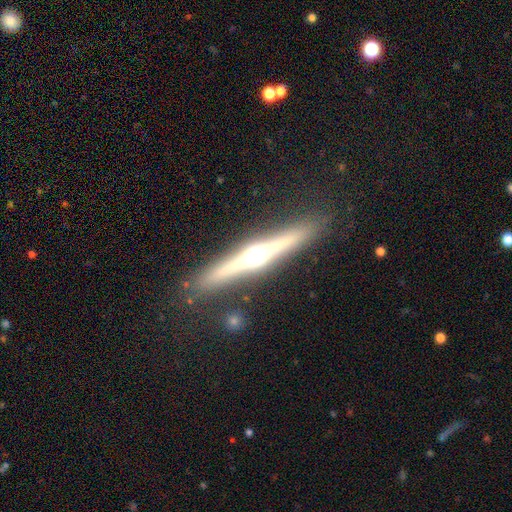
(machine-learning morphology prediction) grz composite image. It shows a featured or disk galaxy (80%) viewed edge-on (98%) with a rounded central bulge (91%). Merging: none (88%).